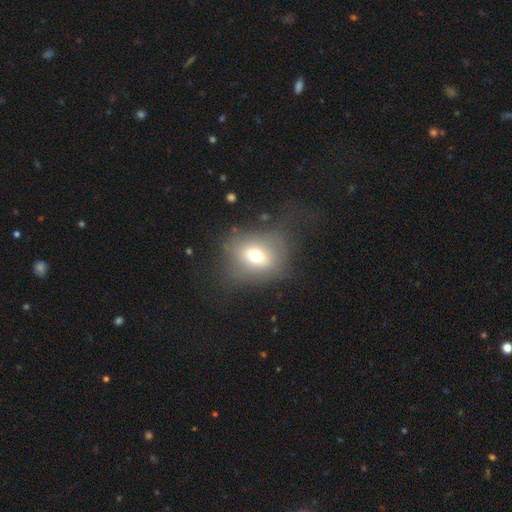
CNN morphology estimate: The model was most divided on "how rounded": round: 51%, in between: 47%, cigar-shaped: 2%. Remaining: smooth or featured — smooth (64%); merging — none (49%).